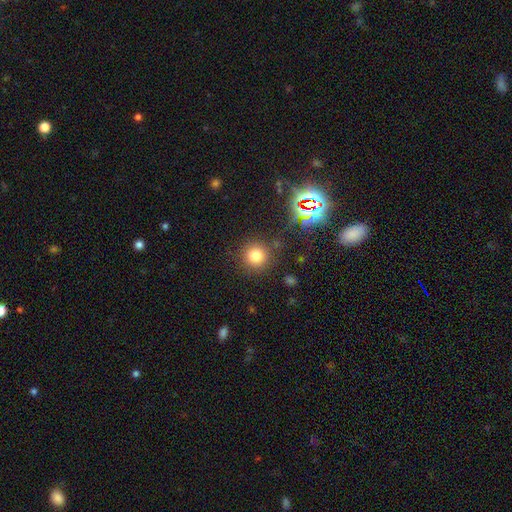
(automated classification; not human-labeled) This is likely a smooth galaxy (75%). How rounded: clearly round (93%). Merging: clearly none (85%).